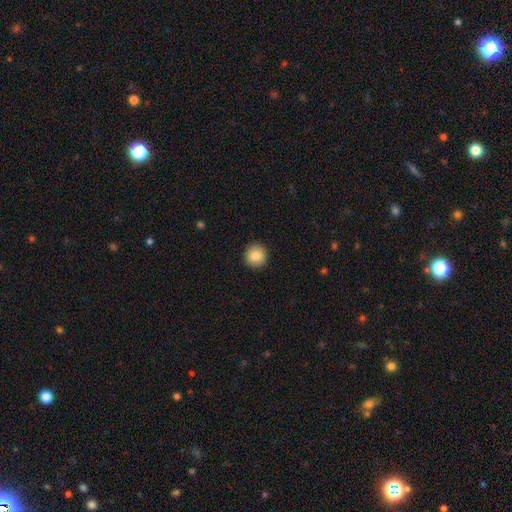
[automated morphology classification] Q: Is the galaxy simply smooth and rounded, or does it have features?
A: smooth — 84%.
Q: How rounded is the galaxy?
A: round — 95%.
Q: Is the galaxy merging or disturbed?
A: none — 92%.